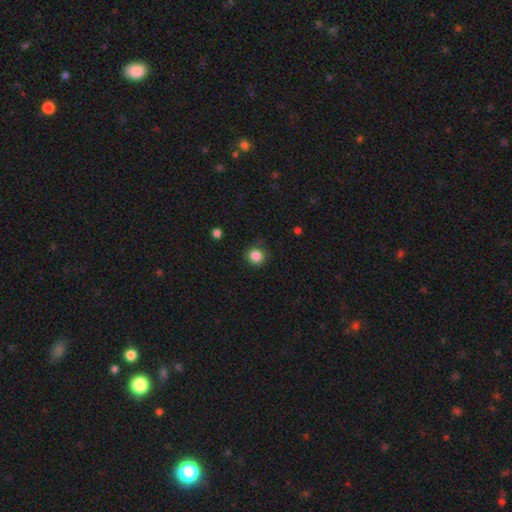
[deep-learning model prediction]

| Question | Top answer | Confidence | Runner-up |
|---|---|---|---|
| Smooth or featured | smooth | 85% | star or artifact (11%) |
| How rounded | round | 89% | in between (10%) |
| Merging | none | 84% | minor disturbance (12%) |